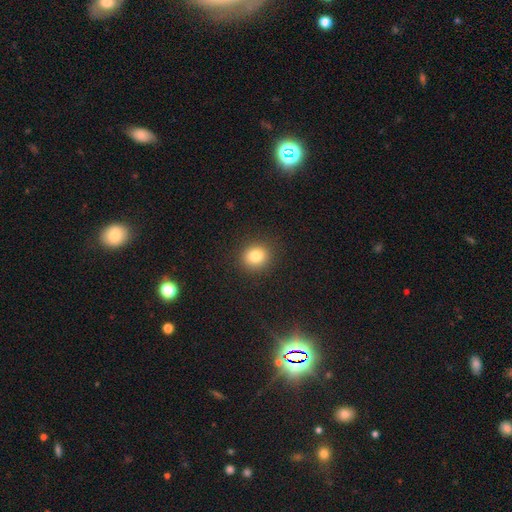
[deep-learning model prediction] Smooth or featured?
  - smooth: 82% *
  - star or artifact: 11%
  - featured or disk: 7%
How rounded?
  - round: 76% *
  - in between: 23%
  - cigar-shaped: 1%
Merging?
  - none: 90% *
  - minor disturbance: 6%
  - major disturbance: 2%
  - merger: 1%